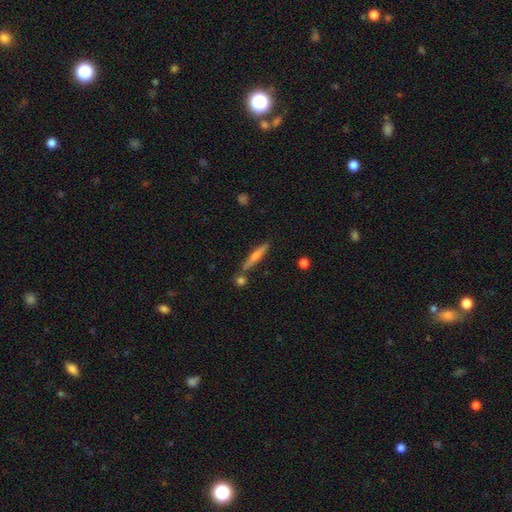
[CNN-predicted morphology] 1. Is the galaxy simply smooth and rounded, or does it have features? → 55% featured or disk, 37% smooth, 7% star or artifact.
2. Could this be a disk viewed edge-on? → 95% yes, 5% no.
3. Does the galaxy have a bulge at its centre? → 79% rounded, 15% none, 5% boxy.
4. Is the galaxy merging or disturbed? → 82% none, 9% minor disturbance, 7% merger, 2% major disturbance.